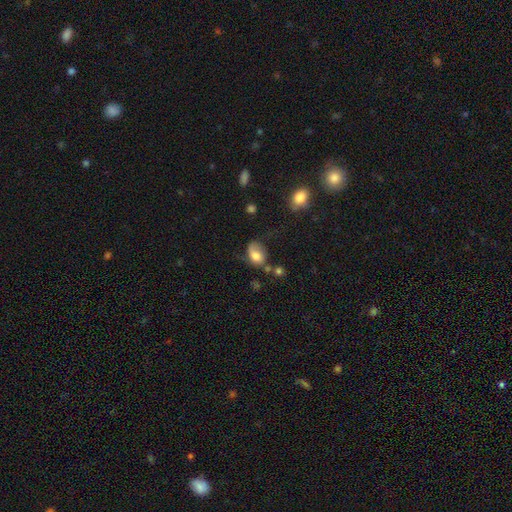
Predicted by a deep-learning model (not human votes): Q: Smooth or featured?
A: smooth (66%); runner-up: featured or disk (24%)
Q: How rounded?
A: in between (70%); runner-up: round (28%)
Q: Merging?
A: none (33%); runner-up: minor disturbance (31%)